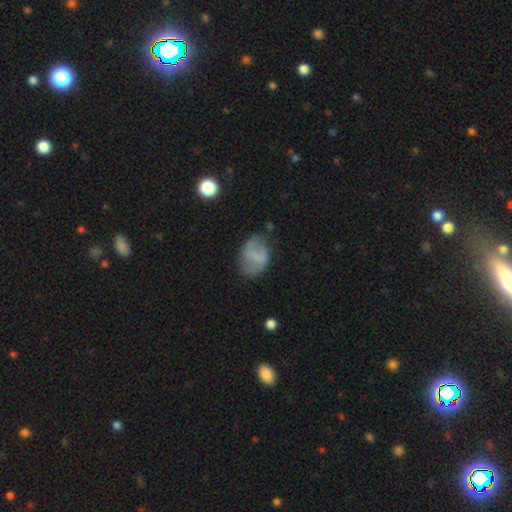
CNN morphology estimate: Smooth or featured? smooth (60%)
How rounded? in between (70%)
Merging? none (59%)